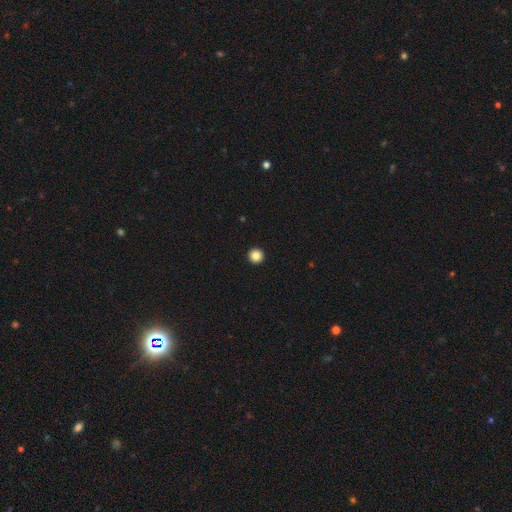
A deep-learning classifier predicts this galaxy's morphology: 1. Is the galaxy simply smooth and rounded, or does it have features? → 85% smooth, 11% star or artifact, 4% featured or disk.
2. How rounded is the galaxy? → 97% round, 2% in between, 1% cigar-shaped.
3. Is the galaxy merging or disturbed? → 95% none, 3% minor disturbance, 1% major disturbance, 1% merger.